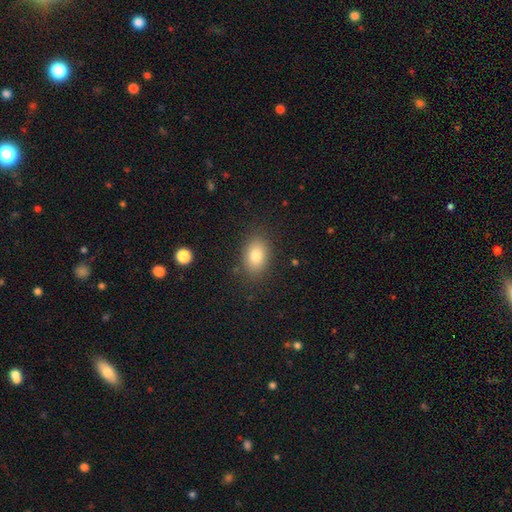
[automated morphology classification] This is clearly a smooth galaxy (80%). How rounded: likely in between (79%). Merging: clearly none (85%).